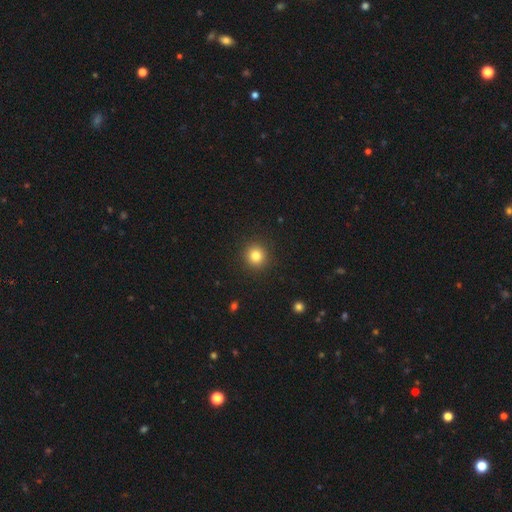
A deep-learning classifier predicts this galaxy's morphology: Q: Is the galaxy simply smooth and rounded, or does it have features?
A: smooth — 82%.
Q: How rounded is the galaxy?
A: round — 92%.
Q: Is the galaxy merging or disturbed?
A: none — 92%.